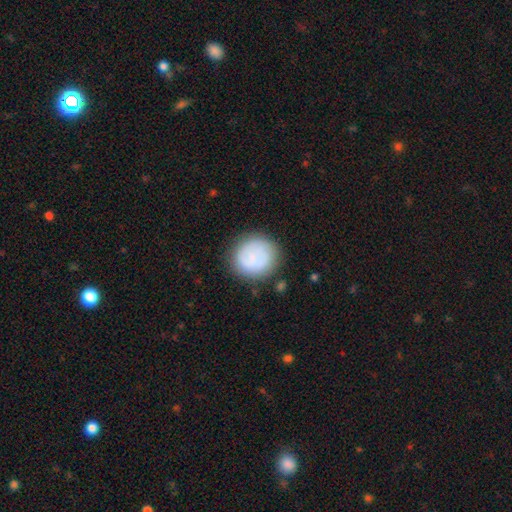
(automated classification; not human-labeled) Morphology: type=smooth (72%); roundness=round (90%); merging=none (79%).